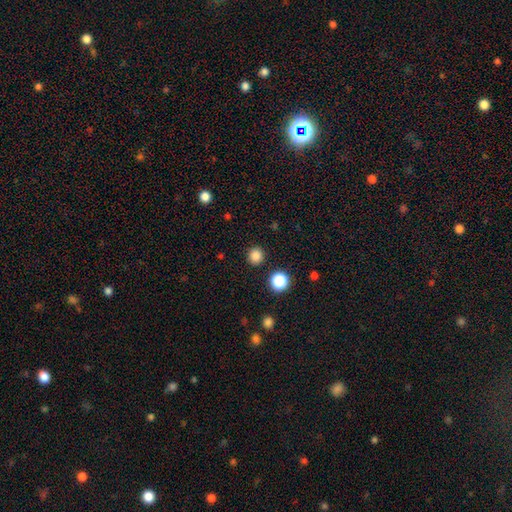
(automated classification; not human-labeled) Smooth or featured? smooth (84%)
How rounded? round (91%)
Merging? none (91%)